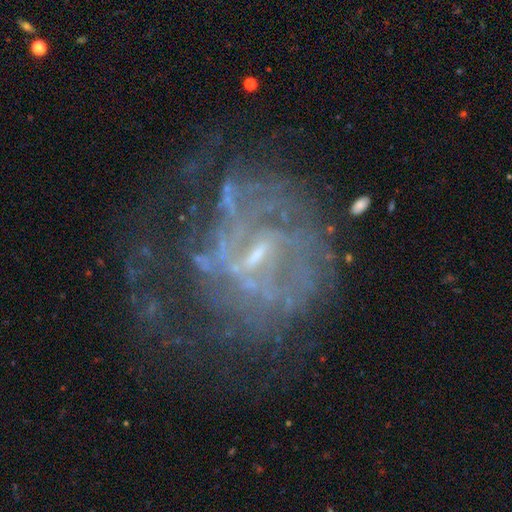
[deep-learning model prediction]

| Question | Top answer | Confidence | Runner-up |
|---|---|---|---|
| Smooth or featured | featured or disk | 76% | star or artifact (13%) |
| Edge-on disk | no | 97% | yes (3%) |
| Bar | weak | 51% | no (34%) |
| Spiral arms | yes | 62% | no (38%) |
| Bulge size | small | 63% | none (18%) |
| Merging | none | 43% | major disturbance (35%) |